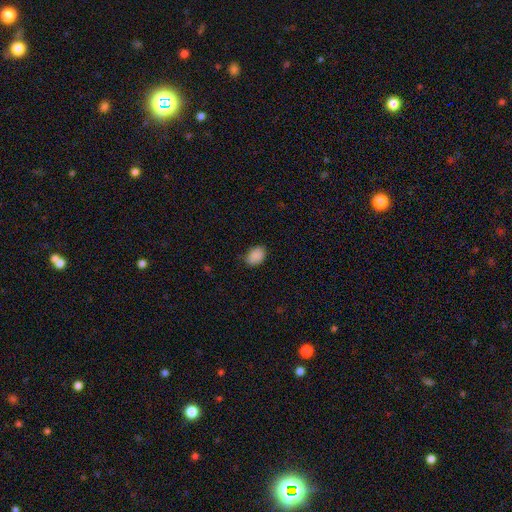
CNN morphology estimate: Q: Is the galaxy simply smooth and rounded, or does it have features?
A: smooth — 89%.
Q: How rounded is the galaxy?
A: in between — 78%.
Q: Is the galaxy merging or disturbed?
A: none — 77%.